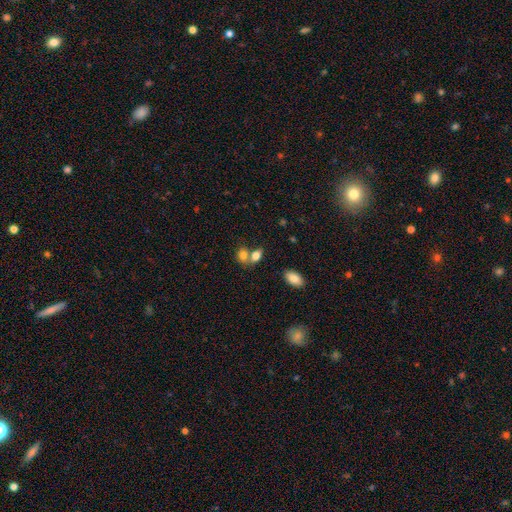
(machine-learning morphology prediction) Smooth or featured? smooth (80%)
How rounded? in between (78%)
Merging? merger (54%)